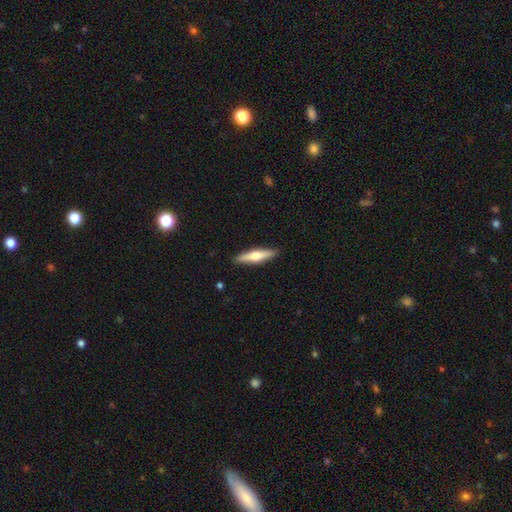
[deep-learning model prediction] Overall: featured or disk (49%; smooth 46%). Merging: none (91%).